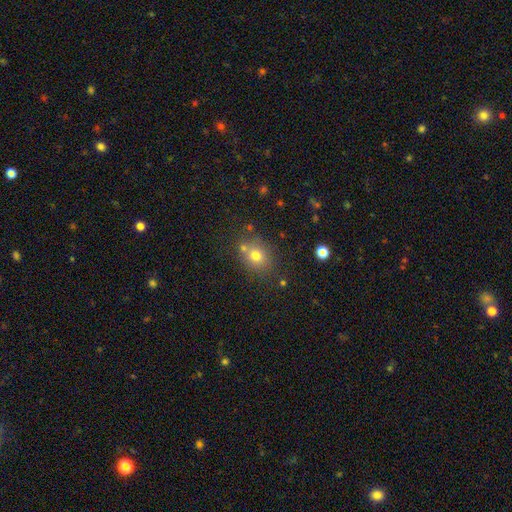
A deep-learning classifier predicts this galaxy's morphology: smooth 73%, star or artifact 15%, featured or disk 12%. Down the decision tree: how rounded — round (65%); merging — none (70%).